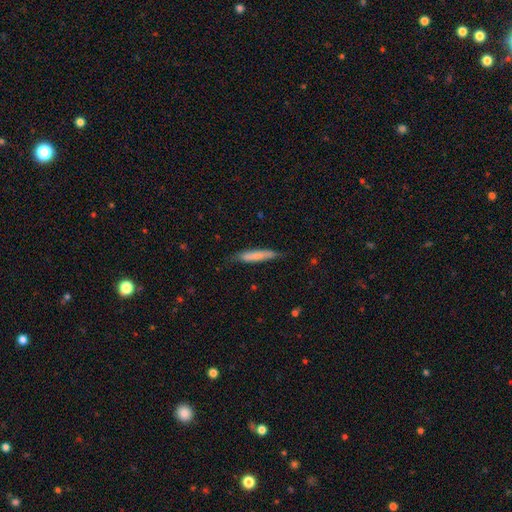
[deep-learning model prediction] Smooth or featured: smooth — 72% (featured or disk — 22%)
How rounded: cigar-shaped — 90% (in between — 9%)
Merging: none — 75% (minor disturbance — 20%)